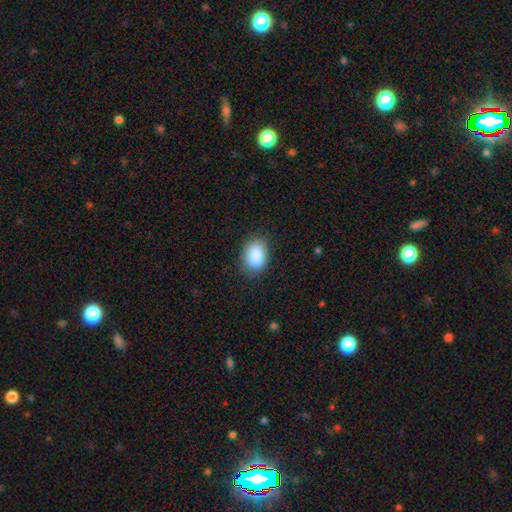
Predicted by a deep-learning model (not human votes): Morphology: type=smooth (87%); roundness=in between (84%); merging=none (82%).